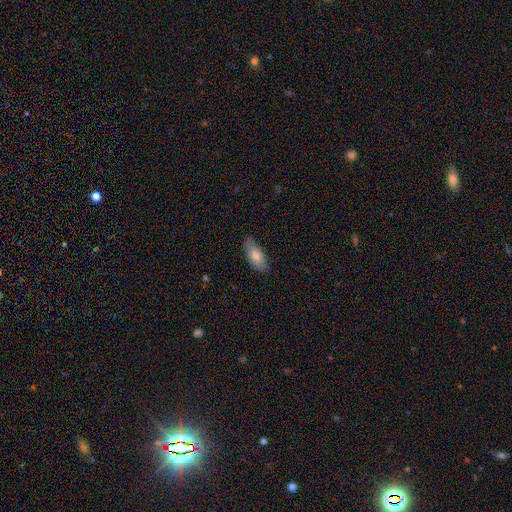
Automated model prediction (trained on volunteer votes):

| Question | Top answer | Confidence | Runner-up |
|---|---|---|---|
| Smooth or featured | smooth | 75% | featured or disk (19%) |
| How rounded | in between | 80% | cigar-shaped (18%) |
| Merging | none | 83% | minor disturbance (14%) |